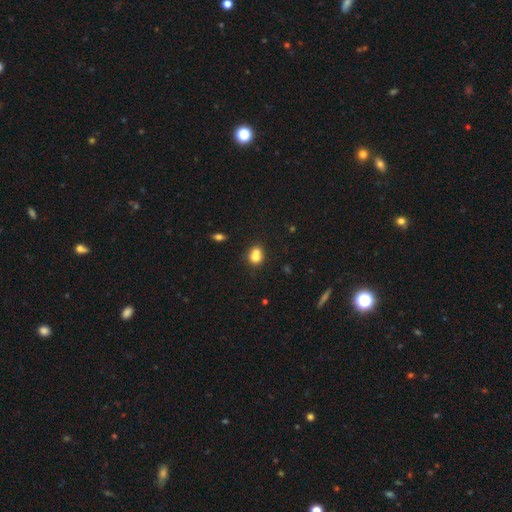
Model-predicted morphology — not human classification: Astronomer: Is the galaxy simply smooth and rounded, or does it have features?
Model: smooth — 72%.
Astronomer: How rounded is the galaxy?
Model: round — 62%.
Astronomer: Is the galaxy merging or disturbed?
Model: merger — 52% (runner-up: none, 35%).